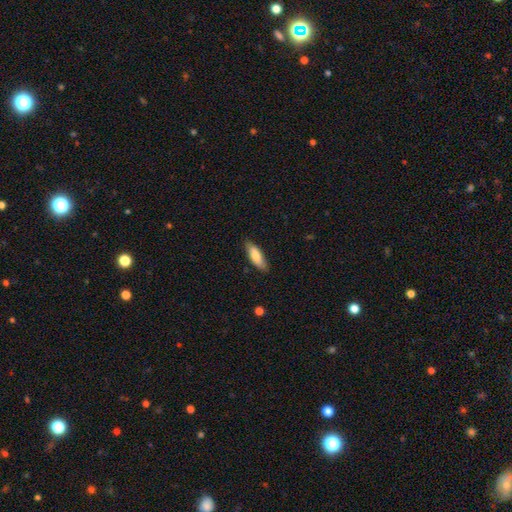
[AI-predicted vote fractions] Morphology: type=smooth (79%); roundness=in between (57%); merging=none (82%).